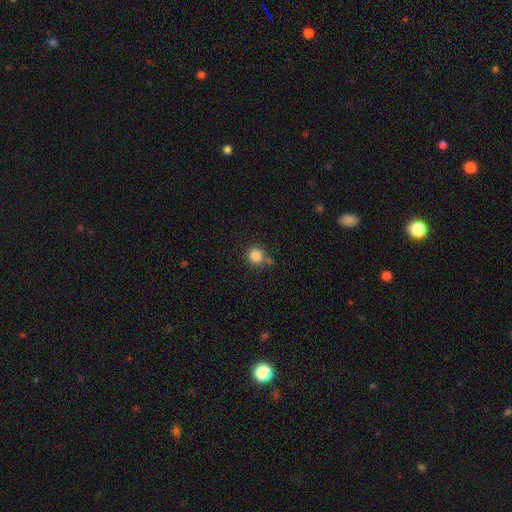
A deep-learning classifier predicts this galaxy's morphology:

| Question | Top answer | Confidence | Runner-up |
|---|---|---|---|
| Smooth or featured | smooth | 85% | star or artifact (11%) |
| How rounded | round | 93% | in between (6%) |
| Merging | none | 73% | merger (12%) |